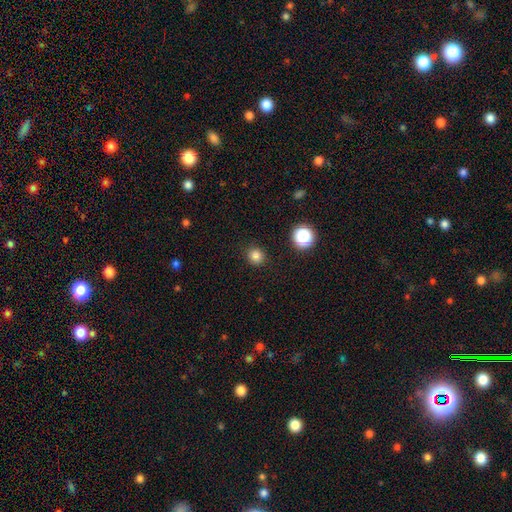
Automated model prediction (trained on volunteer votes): Q: Smooth or featured?
A: smooth (81%); runner-up: star or artifact (14%)
Q: How rounded?
A: round (91%); runner-up: in between (8%)
Q: Merging?
A: none (91%); runner-up: minor disturbance (6%)